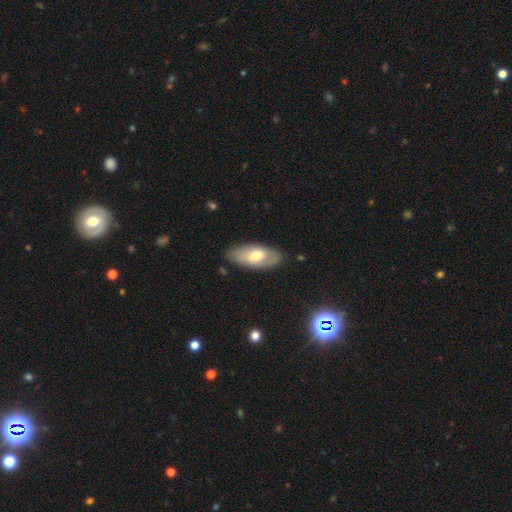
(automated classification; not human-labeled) Smooth or featured?
  - smooth: 56% *
  - featured or disk: 38%
  - star or artifact: 6%
How rounded?
  - in between: 89% *
  - cigar-shaped: 8%
  - round: 3%
Merging?
  - none: 80% *
  - minor disturbance: 15%
  - major disturbance: 4%
  - merger: 1%